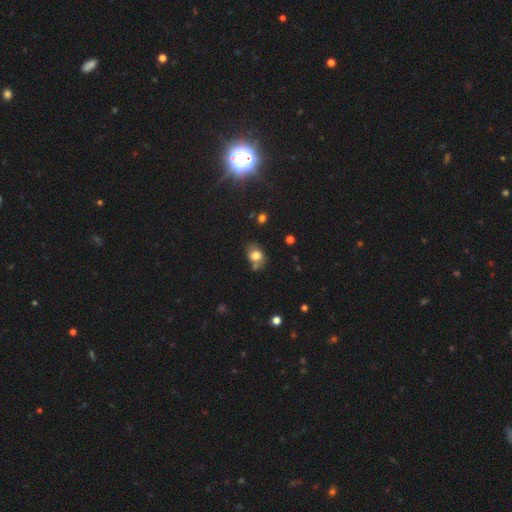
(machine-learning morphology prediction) Smooth or featured?
  - smooth: 74% *
  - featured or disk: 14%
  - star or artifact: 11%
How rounded?
  - in between: 60% *
  - round: 38%
  - cigar-shaped: 1%
Merging?
  - none: 59% *
  - minor disturbance: 22%
  - merger: 13%
  - major disturbance: 6%